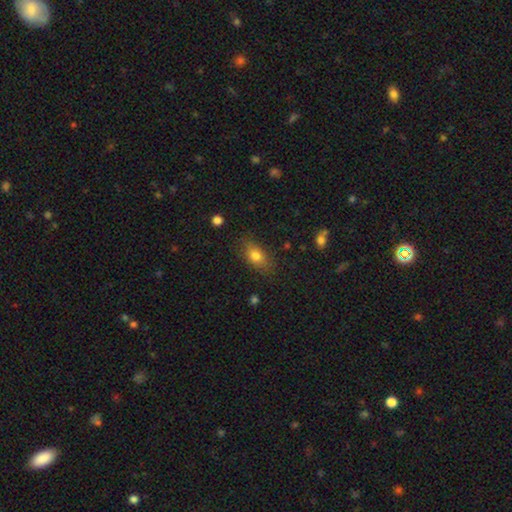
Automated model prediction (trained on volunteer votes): Morphology: type=smooth (79%); roundness=in between (80%); merging=none (77%).